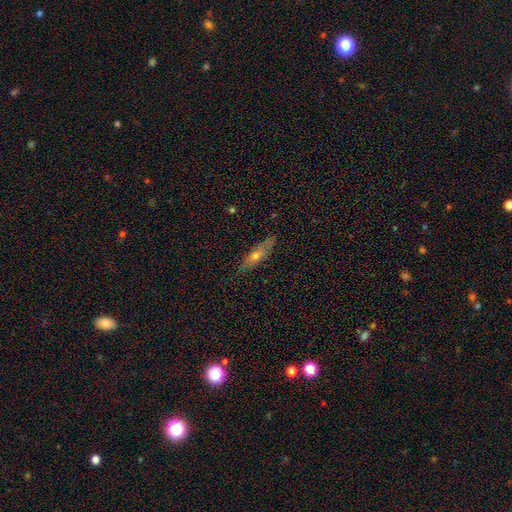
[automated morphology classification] Smooth or featured: smooth — 49% (featured or disk — 44%)
Merging: none — 80% (minor disturbance — 16%)